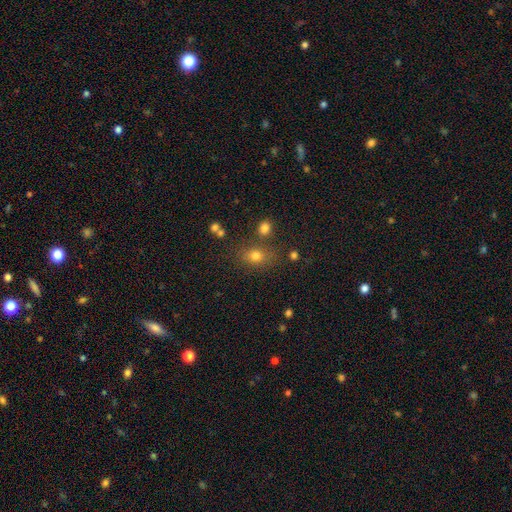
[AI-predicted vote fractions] A smooth galaxy with no disk features (73%) that is in between round and cigar-shaped (58%). Merging: none (71%).